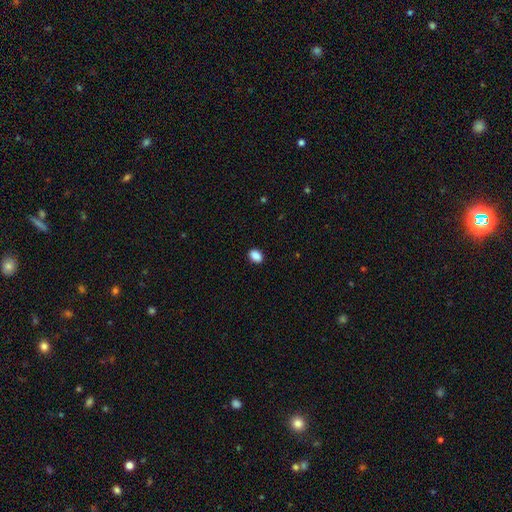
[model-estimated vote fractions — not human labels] smooth-or-featured: smooth: 89% | star or artifact: 8% | featured or disk: 3%
  how-rounded: in between: 75% | round: 24% | cigar-shaped: 1%
  merging: none: 90% | minor disturbance: 7% | major disturbance: 2% | merger: 1%